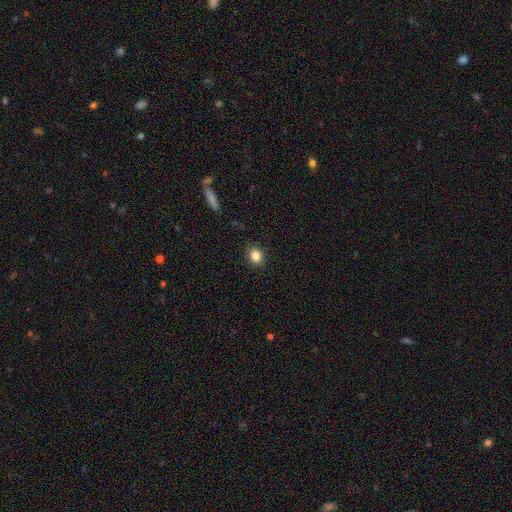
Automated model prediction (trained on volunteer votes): smooth-or-featured: smooth: 84% | star or artifact: 10% | featured or disk: 6%
  how-rounded: round: 55% | in between: 44% | cigar-shaped: 1%
  merging: none: 89% | minor disturbance: 8% | major disturbance: 2% | merger: 1%